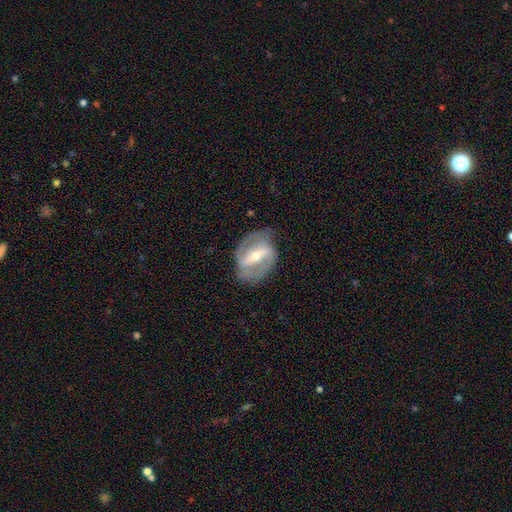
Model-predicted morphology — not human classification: Smooth or featured?
  - featured or disk: 85% *
  - smooth: 10%
  - star or artifact: 5%
Edge-on disk?
  - no: 94% *
  - yes: 6%
Bar?
  - strong: 70% *
  - weak: 22%
  - no: 8%
Spiral arms?
  - yes: 83% *
  - no: 17%
Spiral winding?
  - medium: 46% *
  - tight: 28%
  - loose: 26%
Spiral arm count?
  - 2: 87% *
  - can't tell: 7%
  - 1: 2%
  - 3: 2%
  - 4: 1%
  - more than 4: 1%
Bulge size?
  - moderate: 49% *
  - small: 47%
  - large: 2%
  - none: 1%
  - dominant: 1%
Merging?
  - none: 74% *
  - minor disturbance: 17%
  - major disturbance: 8%
  - merger: 1%